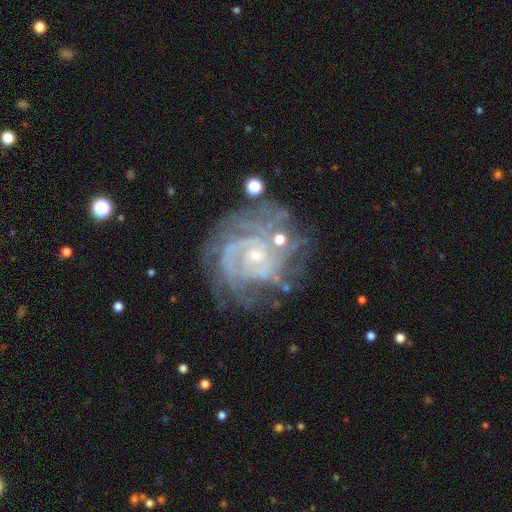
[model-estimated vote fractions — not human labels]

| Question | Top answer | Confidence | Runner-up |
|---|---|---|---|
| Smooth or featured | featured or disk | 87% | star or artifact (7%) |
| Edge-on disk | no | 98% | yes (2%) |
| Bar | no | 70% | weak (24%) |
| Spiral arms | yes | 96% | no (4%) |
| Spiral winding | tight | 70% | medium (25%) |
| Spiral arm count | can't tell | 30% | 3 (21%) |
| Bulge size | small | 75% | moderate (20%) |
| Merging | none | 62% | minor disturbance (20%) |